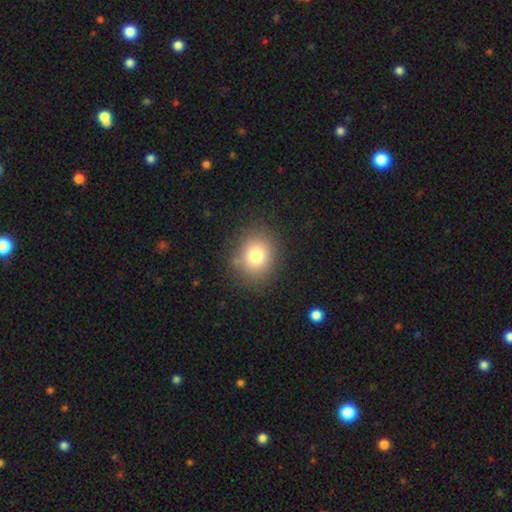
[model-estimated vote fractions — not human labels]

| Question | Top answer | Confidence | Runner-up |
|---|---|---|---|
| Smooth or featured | smooth | 78% | star or artifact (13%) |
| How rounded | round | 69% | in between (30%) |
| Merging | none | 83% | minor disturbance (11%) |